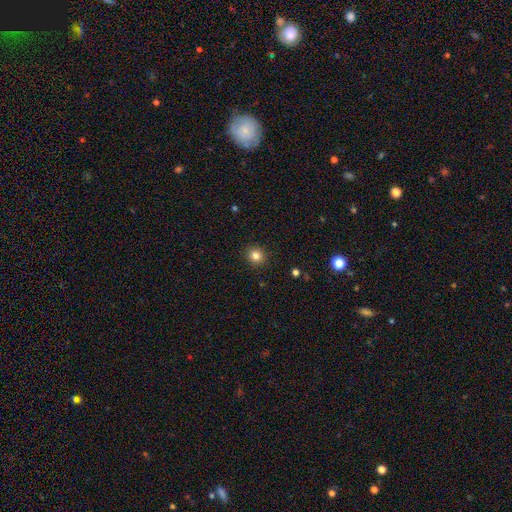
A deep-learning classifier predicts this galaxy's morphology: Smooth or featured: smooth — 82% (star or artifact — 12%)
How rounded: round — 90% (in between — 9%)
Merging: none — 92% (minor disturbance — 5%)